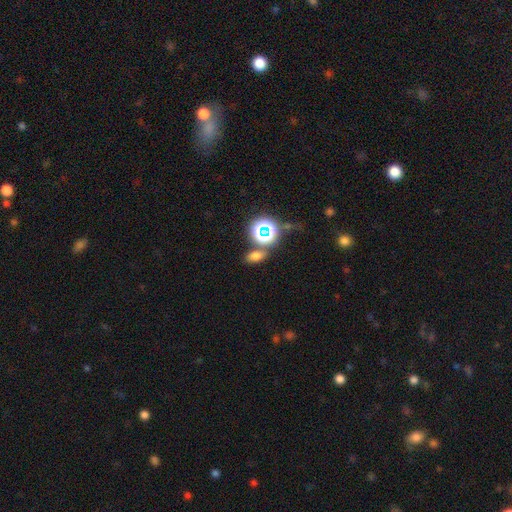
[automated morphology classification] The model was most divided on "smooth or featured": smooth: 61%, star or artifact: 30%, featured or disk: 9%. More confident: how rounded — in between (79%); merging — none (72%).